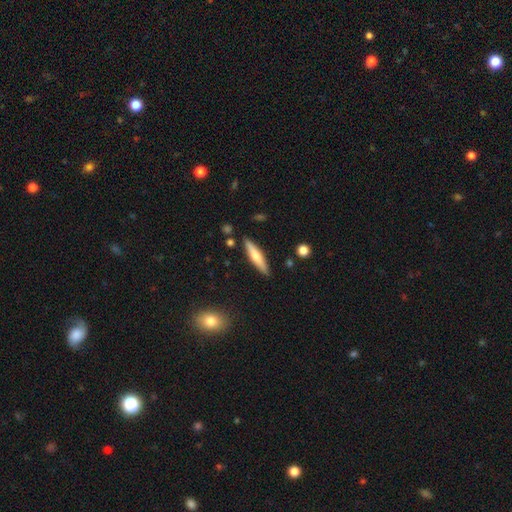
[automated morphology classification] Smooth or featured? Predicted: smooth (p=0.55). How rounded? Predicted: cigar-shaped (p=0.83). Merging? Predicted: none (p=0.87).